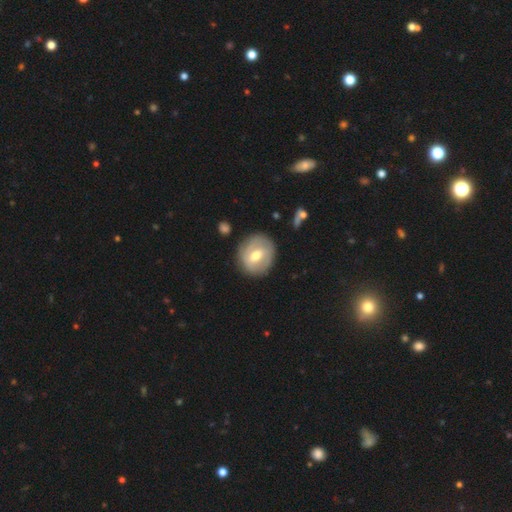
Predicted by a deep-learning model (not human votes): Smooth or featured? Predicted: featured or disk (p=0.56). Edge-on disk? Predicted: no (p=0.95). Bar? Predicted: weak (p=0.53). Spiral arms? Predicted: yes (p=0.57). Bulge size? Predicted: moderate (p=0.75). Merging? Predicted: none (p=0.81).